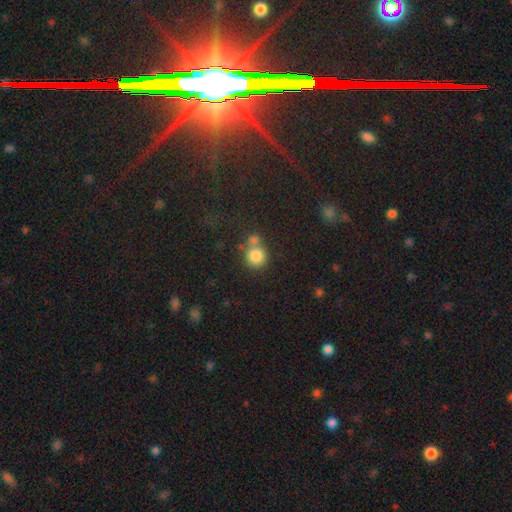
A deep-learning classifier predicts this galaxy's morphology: Smooth or featured? Predicted: smooth (p=0.82). How rounded? Predicted: round (p=0.90). Merging? Predicted: none (p=0.50).